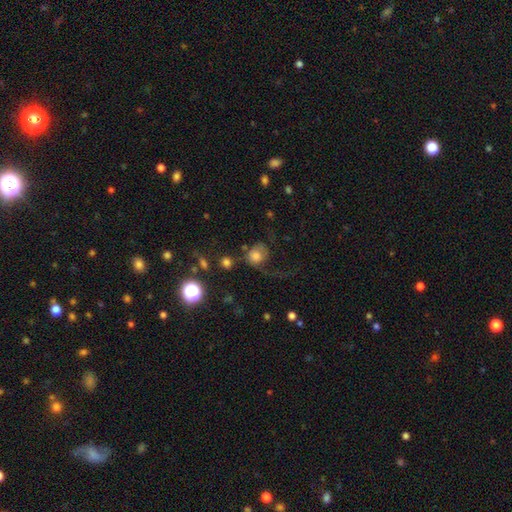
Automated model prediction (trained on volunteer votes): Smooth or featured?
  - smooth: 64% *
  - featured or disk: 23%
  - star or artifact: 12%
How rounded?
  - round: 73% *
  - in between: 25%
  - cigar-shaped: 1%
Merging?
  - major disturbance: 44% *
  - none: 30%
  - minor disturbance: 18%
  - merger: 8%